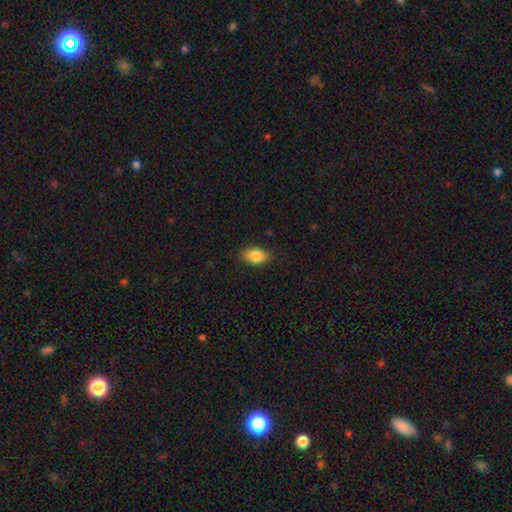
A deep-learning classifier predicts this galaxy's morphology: type=smooth (87%); roundness=in between (90%); merging=none (86%).